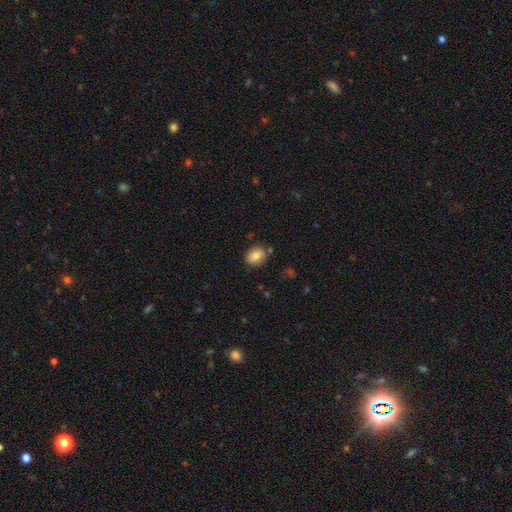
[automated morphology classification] A smooth galaxy with no disk features (80%) that is in between round and cigar-shaped (53%). Merging: none (82%).